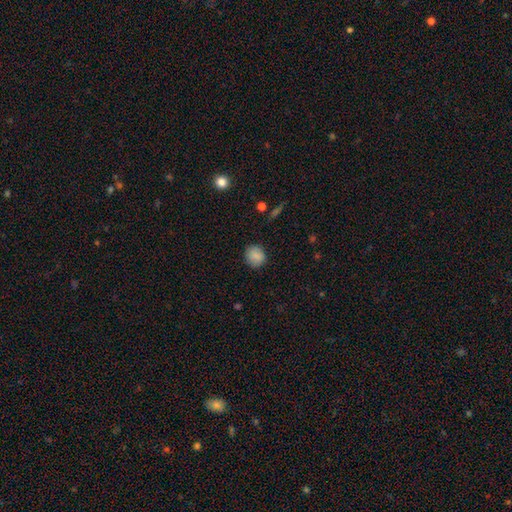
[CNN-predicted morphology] Smooth or featured? Predicted: smooth (p=0.86). How rounded? Predicted: round (p=0.81). Merging? Predicted: none (p=0.85).